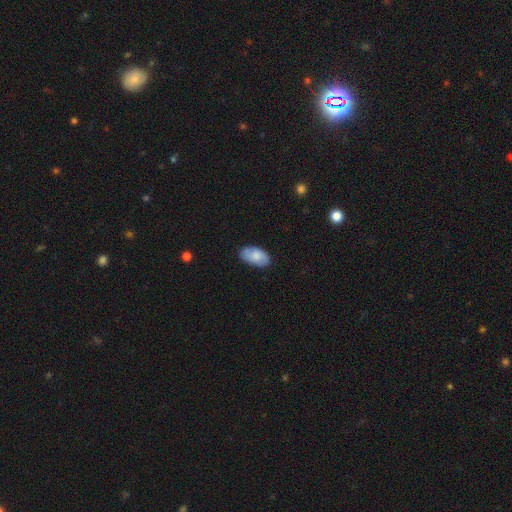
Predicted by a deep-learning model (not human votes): A smooth galaxy with no disk features (70%) that is in between round and cigar-shaped (94%). Merging: none (78%).